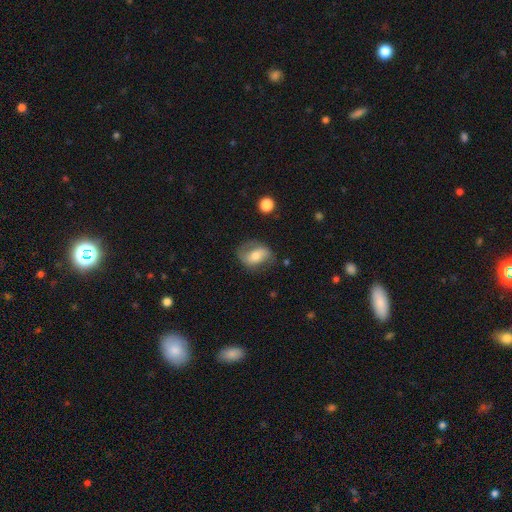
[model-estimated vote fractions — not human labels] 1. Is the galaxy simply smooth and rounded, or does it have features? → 46% featured or disk (tied), 46% smooth (tied), 8% star or artifact.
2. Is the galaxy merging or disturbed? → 58% none, 25% minor disturbance, 14% major disturbance, 2% merger.